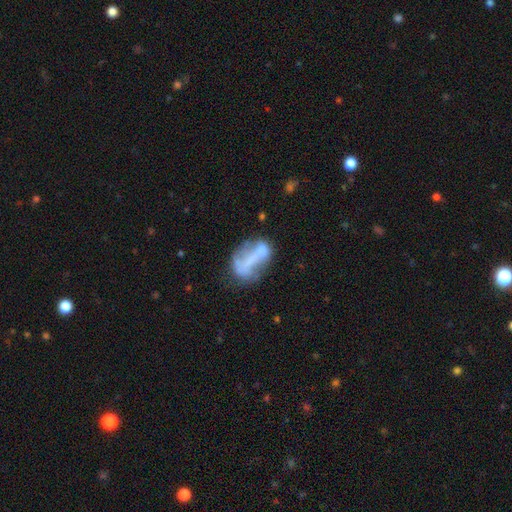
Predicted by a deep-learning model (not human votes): The model was most divided on "merging": none: 33%, major disturbance: 25%, minor disturbance: 23%, merger: 19%. More confident: edge-on disk — no (92%); smooth or featured — featured or disk (51%).